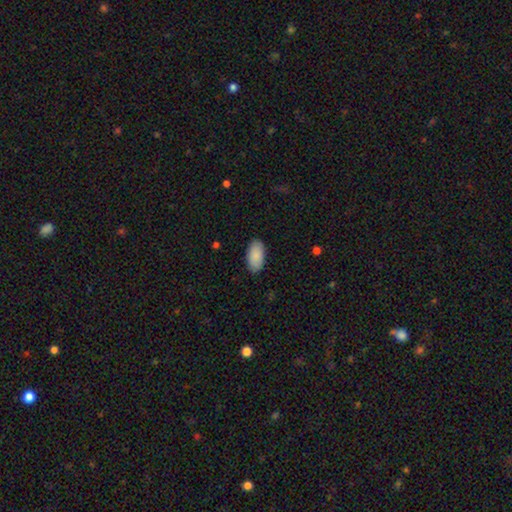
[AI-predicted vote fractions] Q: Smooth or featured?
A: smooth (89%); runner-up: star or artifact (6%)
Q: How rounded?
A: in between (95%); runner-up: round (2%)
Q: Merging?
A: none (88%); runner-up: minor disturbance (9%)